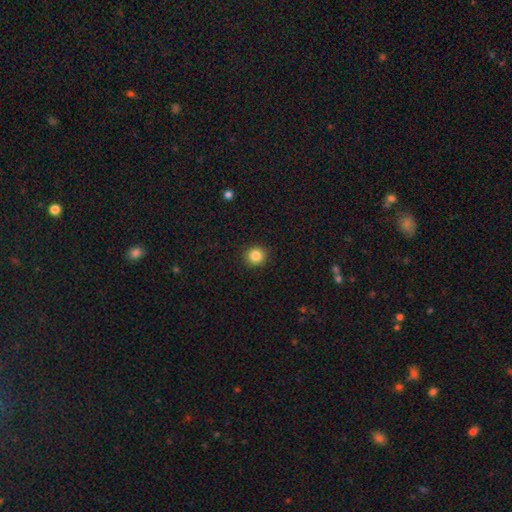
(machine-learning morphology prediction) This is clearly a smooth galaxy (85%). How rounded: clearly round (91%). Merging: clearly none (92%).